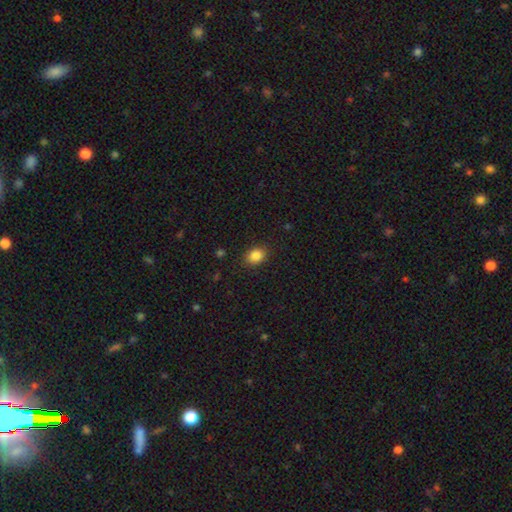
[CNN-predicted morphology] Smooth or featured? smooth (85%)
How rounded? in between (61%)
Merging? none (86%)